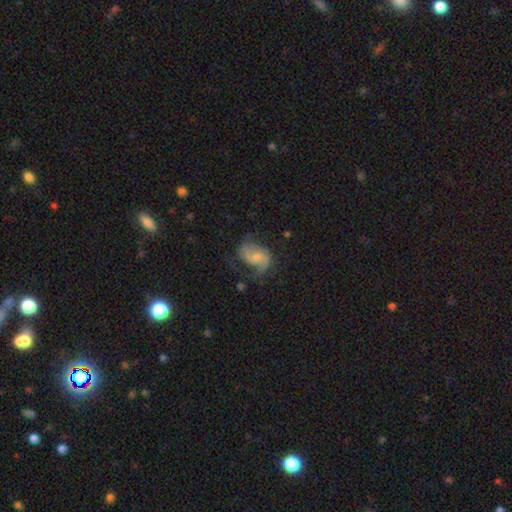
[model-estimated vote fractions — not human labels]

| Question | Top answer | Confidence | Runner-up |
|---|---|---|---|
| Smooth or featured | featured or disk | 72% | smooth (20%) |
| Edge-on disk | no | 98% | yes (2%) |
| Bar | weak | 45% | no (42%) |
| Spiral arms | yes | 92% | no (8%) |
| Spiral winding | loose | 44% | medium (42%) |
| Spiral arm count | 2 | 74% | 1 (16%) |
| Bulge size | small | 46% | moderate (30%) |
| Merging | none | 51% | minor disturbance (25%) |